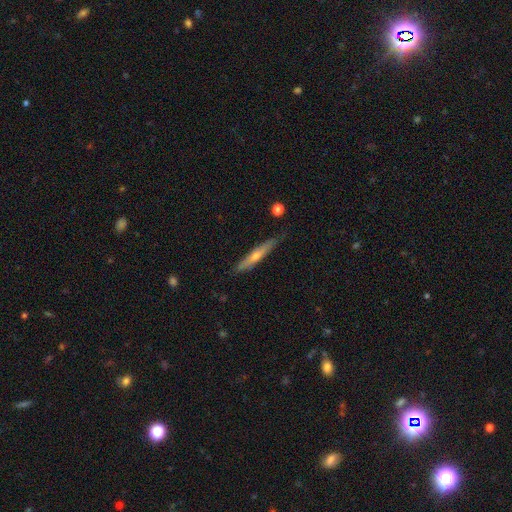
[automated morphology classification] smooth_or_featured: featured or disk (p=0.54) [alt: smooth p=0.40]
disk_edge_on: yes (p=0.91) [alt: no p=0.09]
merging: none (p=0.81) [alt: minor disturbance p=0.15]